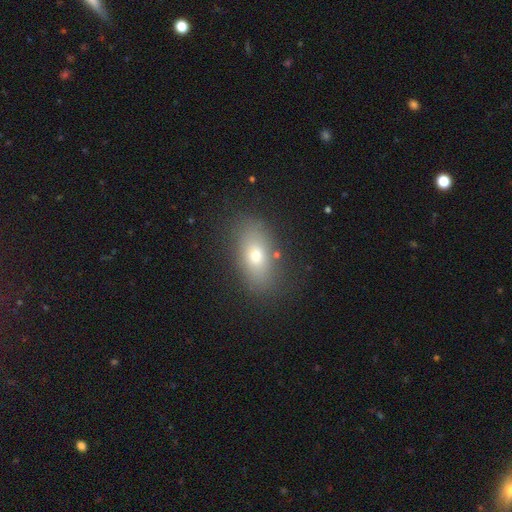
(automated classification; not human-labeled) This is likely a smooth galaxy (69%). How rounded: clearly in between (84%). Merging: clearly none (82%).